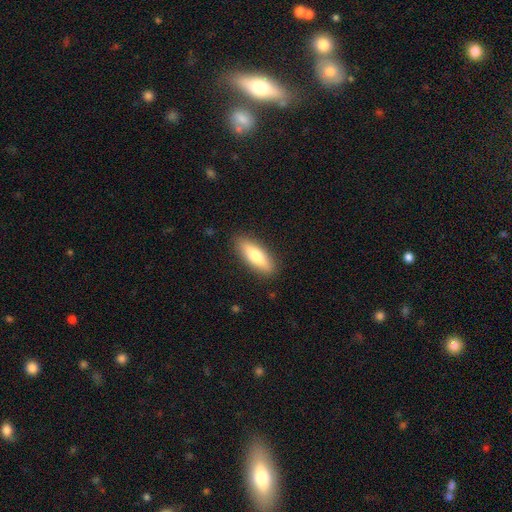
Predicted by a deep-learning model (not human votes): A smooth galaxy with no disk features (73%) that is in between round and cigar-shaped (54%).

Vote fractions:
- Smooth or featured? smooth: 73% / featured or disk: 21% / star or artifact: 6%
- How rounded? in between: 54% / cigar-shaped: 44% / round: 2%
- Merging? none: 88% / minor disturbance: 9% / major disturbance: 2% / merger: 1%